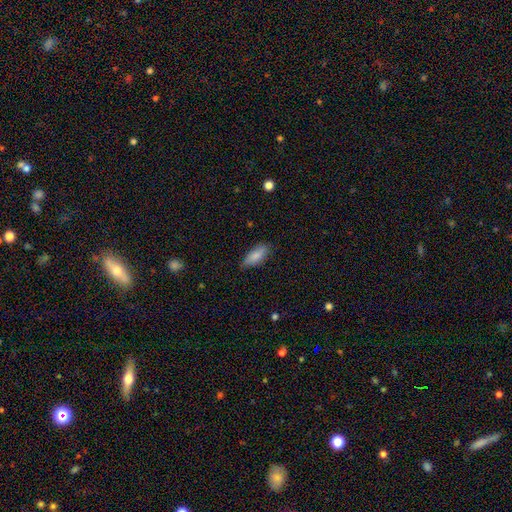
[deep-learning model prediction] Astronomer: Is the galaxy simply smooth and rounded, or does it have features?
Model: smooth — 84%.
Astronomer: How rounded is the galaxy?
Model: in between — 80%.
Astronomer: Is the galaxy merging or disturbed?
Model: none — 77%.